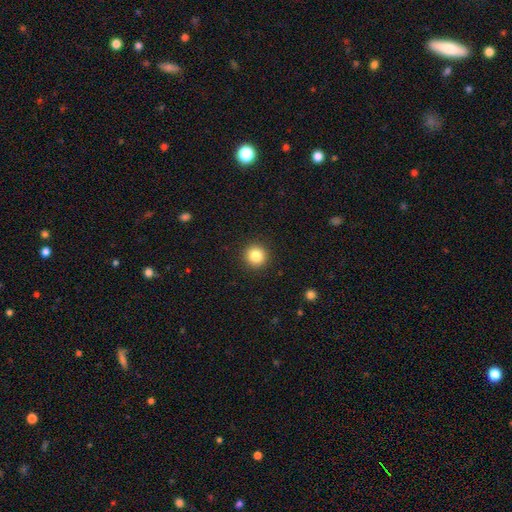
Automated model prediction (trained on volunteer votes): smooth 84%, star or artifact 11%, featured or disk 6%. Down the decision tree: how rounded — round (95%); merging — none (92%).